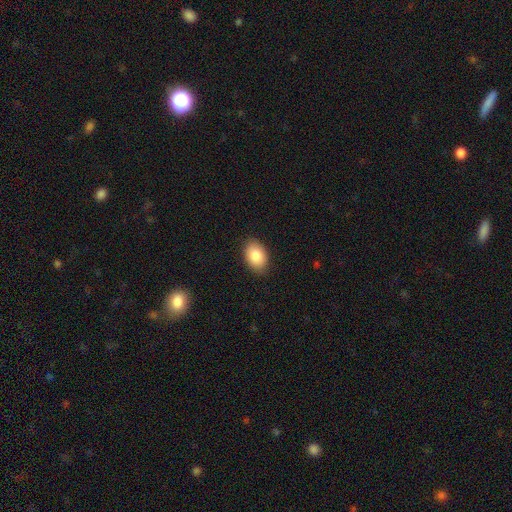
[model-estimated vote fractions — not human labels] Smooth or featured? smooth (86%)
How rounded? in between (84%)
Merging? none (87%)